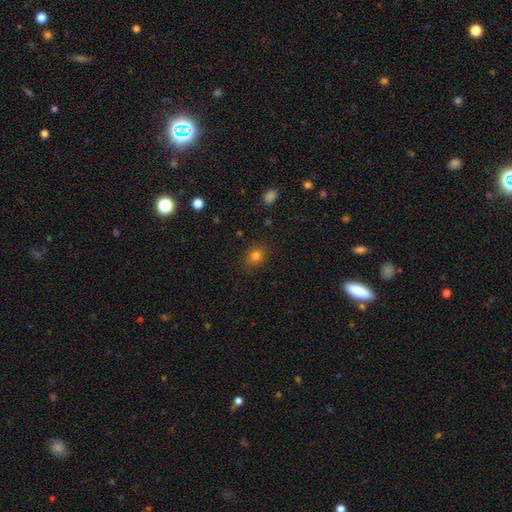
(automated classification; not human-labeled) Morphology: type=smooth (80%); roundness=round (57%); merging=none (83%).